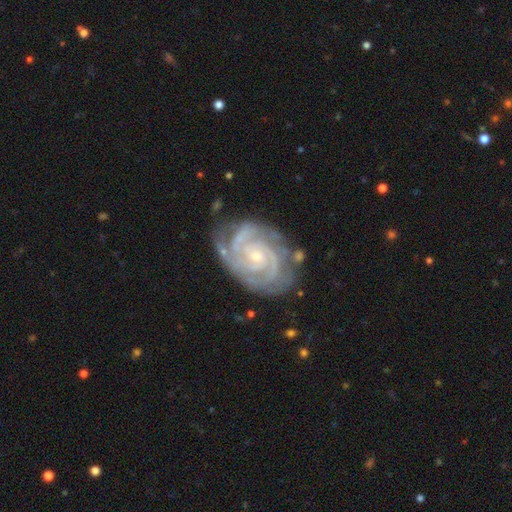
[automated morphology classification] smooth_or_featured: featured or disk (p=0.92) [alt: star or artifact p=0.05]
disk_edge_on: no (p=0.98) [alt: yes p=0.02]
bar: no (p=0.66) [alt: weak p=0.26]
has_spiral_arms: yes (p=0.99) [alt: no p=0.01]
spiral_winding: tight (p=0.73) [alt: medium p=0.24]
spiral_arm_count: 2 (p=0.49) [alt: 3 p=0.26]
bulge_size: small (p=0.73) [alt: moderate p=0.23]
merging: none (p=0.70) [alt: minor disturbance p=0.20]